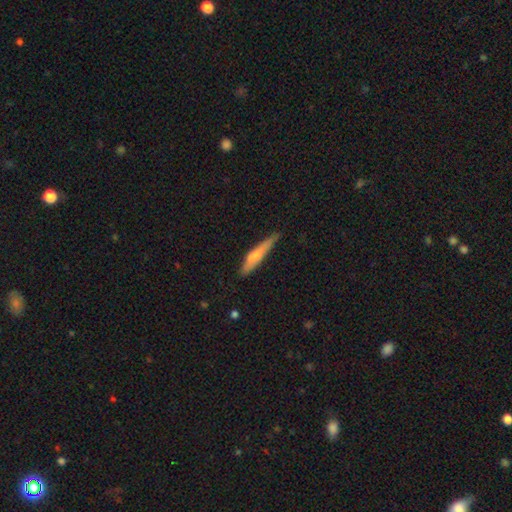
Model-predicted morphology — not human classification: A smooth galaxy with no disk features (62%) that is cigar-shaped (87%). Merging: none (64%).